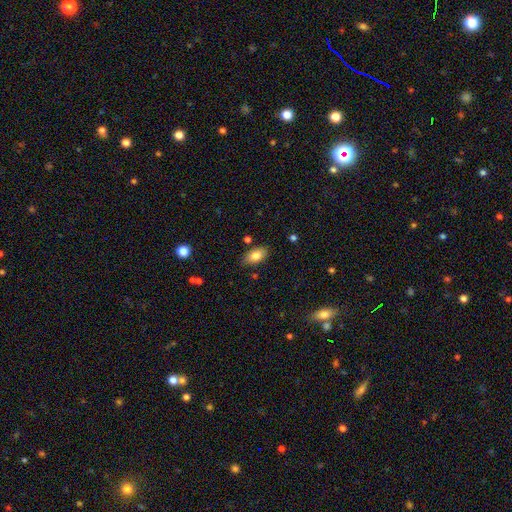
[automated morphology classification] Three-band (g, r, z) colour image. It shows a smooth galaxy with no disk features (81%) that is in between round and cigar-shaped (91%). Merging: none (81%).